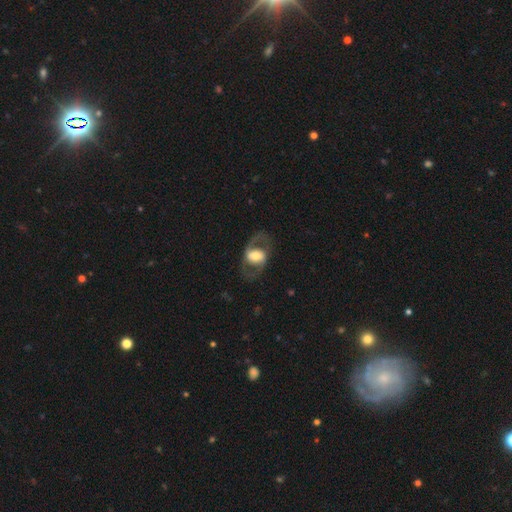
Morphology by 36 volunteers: Smooth or featured? 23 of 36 (64%) said featured or disk. Edge-on disk? 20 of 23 (87%) said no. Bar? 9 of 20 (45%) said weak. Spiral arms? 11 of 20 (55%) said yes. Spiral winding? 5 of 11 (45%) said loose. Spiral arm count? 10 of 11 (91%) said 2. Bulge size? 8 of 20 (40%) said large. Merging? 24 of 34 (71%) said none.